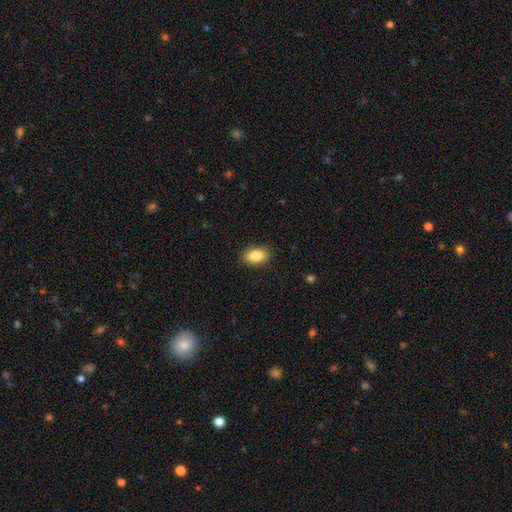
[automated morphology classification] A smooth galaxy with no disk features (86%) that is in between round and cigar-shaped (88%).

Vote fractions:
- Smooth or featured? smooth: 86% / star or artifact: 8% / featured or disk: 6%
- How rounded? in between: 88% / round: 10% / cigar-shaped: 2%
- Merging? none: 87% / minor disturbance: 10% / major disturbance: 2% / merger: 1%